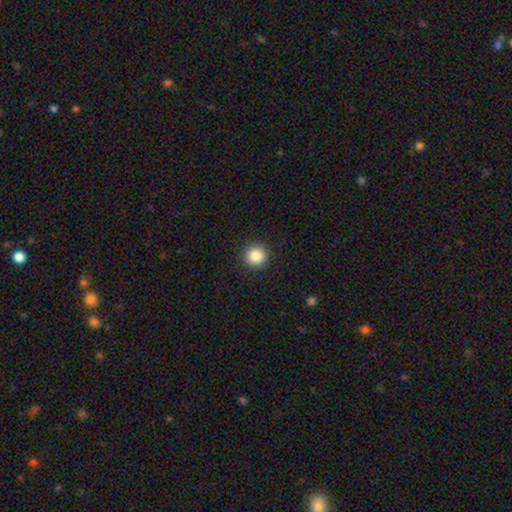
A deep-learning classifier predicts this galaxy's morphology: Smooth or featured? Predicted: smooth (p=0.86). How rounded? Predicted: round (p=0.95). Merging? Predicted: none (p=0.92).